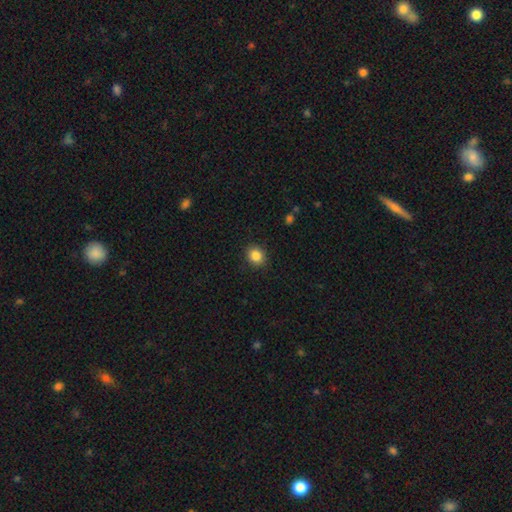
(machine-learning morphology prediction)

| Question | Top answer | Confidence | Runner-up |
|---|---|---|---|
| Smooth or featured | smooth | 86% | star or artifact (10%) |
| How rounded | round | 69% | in between (30%) |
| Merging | none | 89% | minor disturbance (8%) |